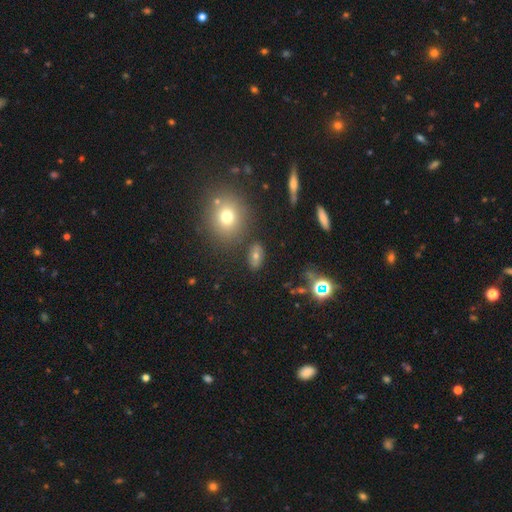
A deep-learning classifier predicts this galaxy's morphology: smooth_or_featured: smooth (p=0.55) [alt: star or artifact p=0.26]
how_rounded: in between (p=0.75) [alt: round p=0.19]
merging: none (p=0.79) [alt: minor disturbance p=0.12]